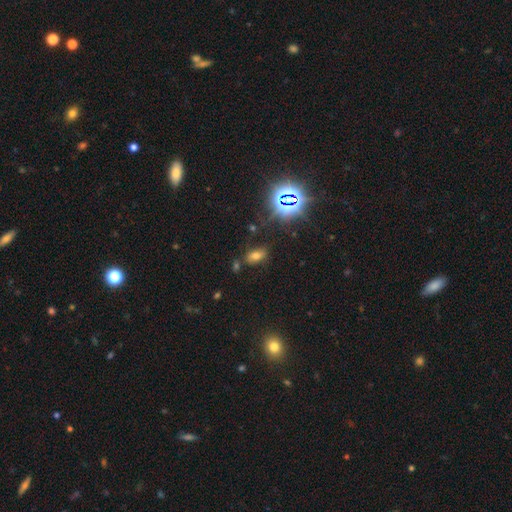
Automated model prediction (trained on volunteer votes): Smooth or featured: smooth — 58% (star or artifact — 30%)
How rounded: in between — 88% (round — 8%)
Merging: none — 77% (minor disturbance — 12%)